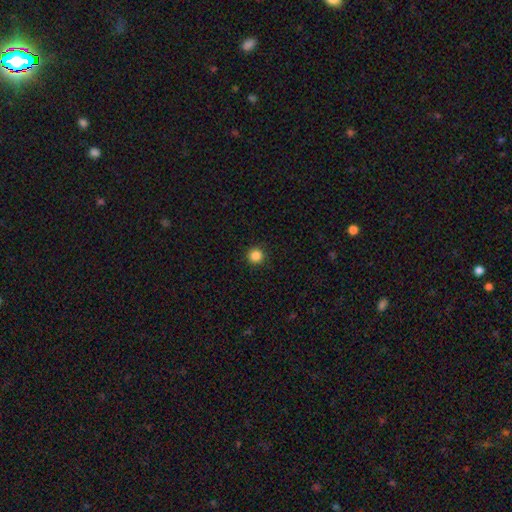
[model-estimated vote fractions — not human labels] smooth-or-featured: smooth: 86% | star or artifact: 11% | featured or disk: 3%
  how-rounded: round: 96% | in between: 3% | cigar-shaped: 1%
  merging: none: 93% | minor disturbance: 5% | major disturbance: 2% | merger: 1%